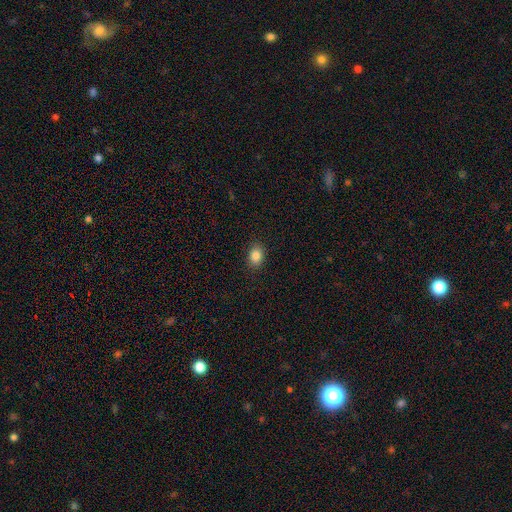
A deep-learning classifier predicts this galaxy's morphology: A smooth galaxy with no disk features (85%) that is in between round and cigar-shaped (69%).

Vote fractions:
- Smooth or featured? smooth: 85% / star or artifact: 9% / featured or disk: 5%
- How rounded? in between: 69% / round: 30% / cigar-shaped: 1%
- Merging? none: 89% / minor disturbance: 8% / major disturbance: 2% / merger: 1%